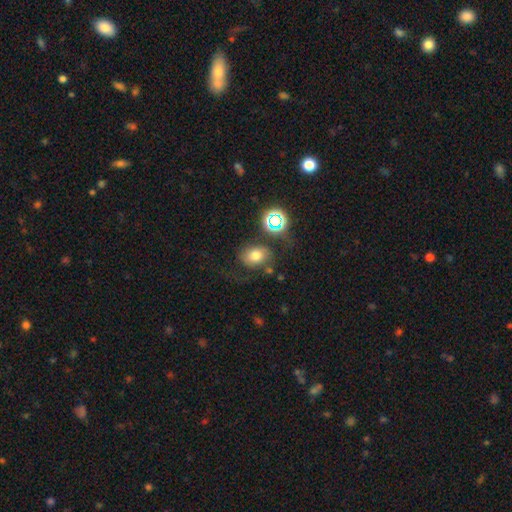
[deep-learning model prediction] This appears to be a smooth galaxy with no disk features (66%) that is in between round and cigar-shaped (59%). Merging: none (59%).